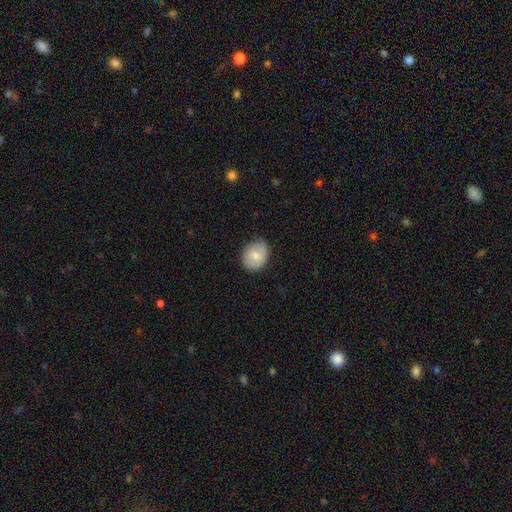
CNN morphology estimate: Smooth or featured? smooth (73%)
How rounded? round (52%)
Merging? none (74%)